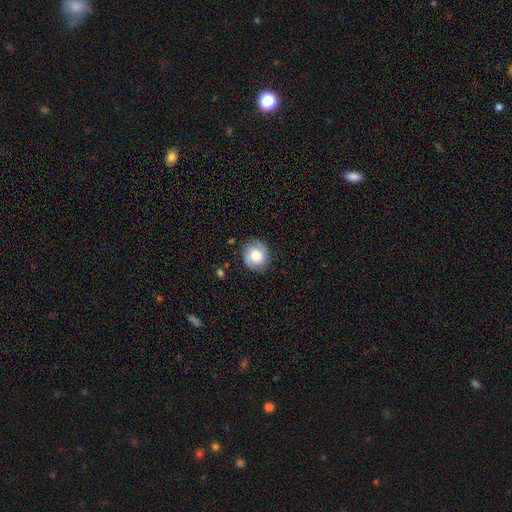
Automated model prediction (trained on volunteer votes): Smooth or featured?
  - smooth: 62% *
  - featured or disk: 29%
  - star or artifact: 8%
How rounded?
  - round: 79% *
  - in between: 20%
  - cigar-shaped: 1%
Merging?
  - none: 81% *
  - minor disturbance: 14%
  - major disturbance: 4%
  - merger: 1%